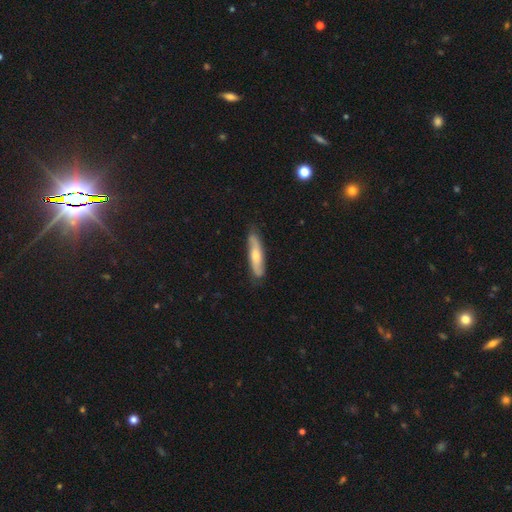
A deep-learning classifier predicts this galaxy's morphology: This is possibly a featured or disk galaxy (50%). Merging: clearly none (81%).